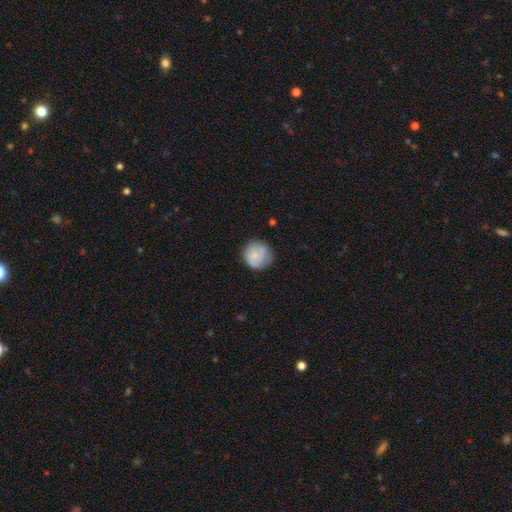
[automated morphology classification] Smooth or featured?
  - smooth: 70% *
  - featured or disk: 23%
  - star or artifact: 7%
How rounded?
  - round: 91% *
  - in between: 8%
  - cigar-shaped: 1%
Merging?
  - none: 73% *
  - minor disturbance: 19%
  - major disturbance: 6%
  - merger: 2%